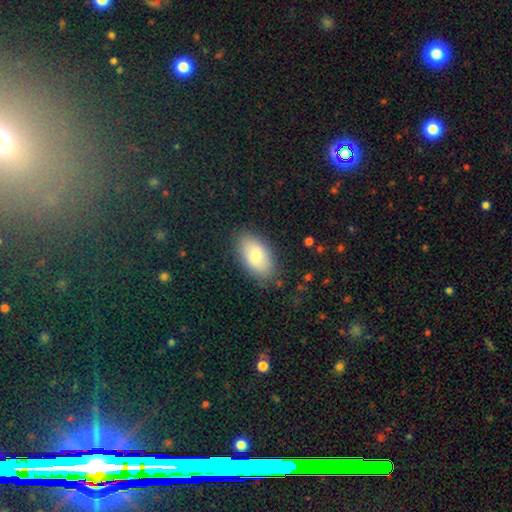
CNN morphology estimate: This appears to be a smooth galaxy with no disk features (81%) that is in between round and cigar-shaped (94%). Merging: none (83%).